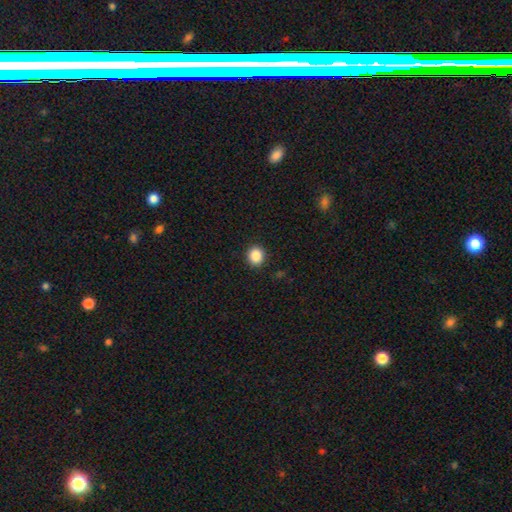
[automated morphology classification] A smooth galaxy with no disk features (88%) that is round (78%).

Vote fractions:
- Smooth or featured? smooth: 88% / star or artifact: 9% / featured or disk: 3%
- How rounded? round: 78% / in between: 21% / cigar-shaped: 1%
- Merging? none: 91% / minor disturbance: 6% / major disturbance: 2% / merger: 1%